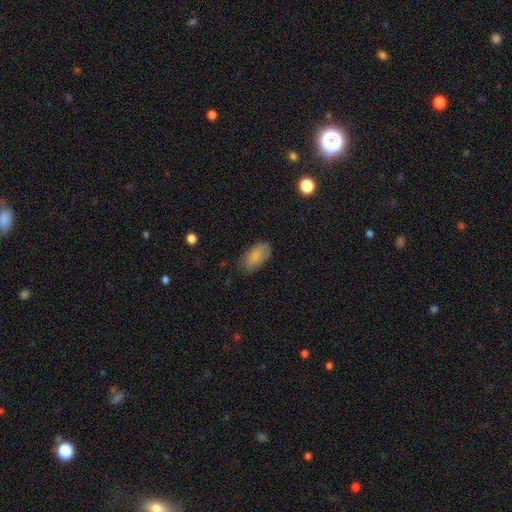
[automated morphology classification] Smooth or featured? smooth (87%)
How rounded? in between (93%)
Merging? none (75%)